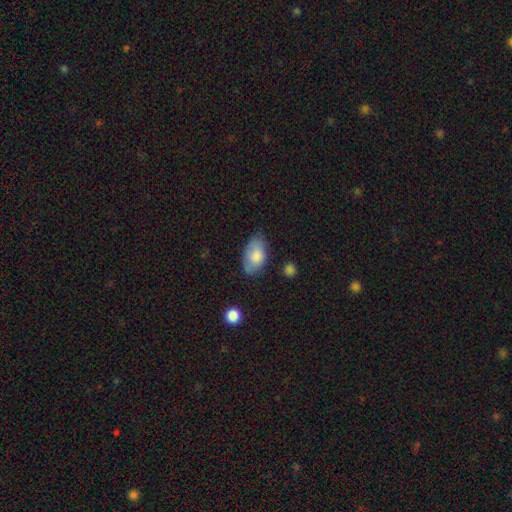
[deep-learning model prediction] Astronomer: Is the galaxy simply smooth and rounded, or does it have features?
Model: smooth — 81%.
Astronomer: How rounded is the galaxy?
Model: in between — 94%.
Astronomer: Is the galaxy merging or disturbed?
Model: none — 70%.